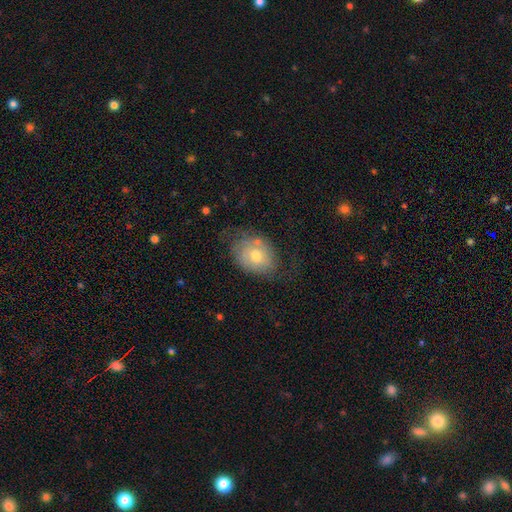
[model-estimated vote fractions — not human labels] smooth-or-featured: smooth: 55% | featured or disk: 37% | star or artifact: 8%
  how-rounded: in between: 59% | round: 40% | cigar-shaped: 1%
  merging: none: 55% | minor disturbance: 27% | major disturbance: 15% | merger: 3%